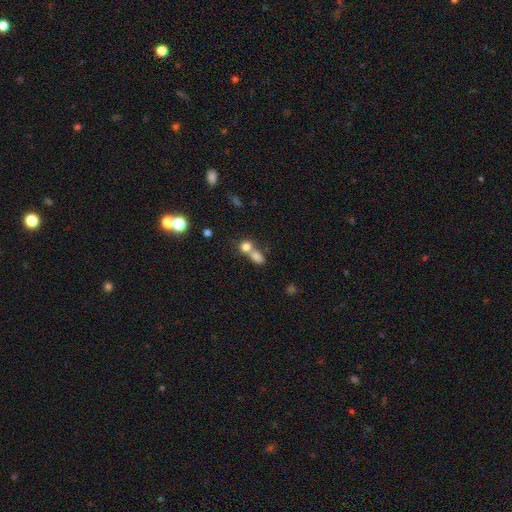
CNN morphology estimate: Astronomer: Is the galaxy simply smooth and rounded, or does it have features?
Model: smooth — 77%.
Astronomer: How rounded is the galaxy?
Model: in between — 62%.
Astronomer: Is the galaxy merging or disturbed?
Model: merger — 61%.